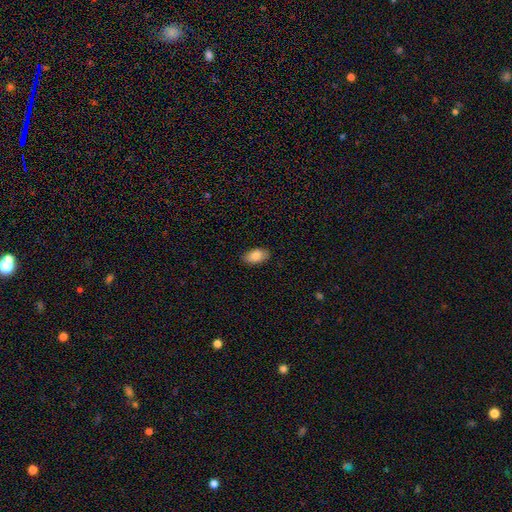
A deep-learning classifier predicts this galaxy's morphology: Overall: smooth (86%). How rounded: in between (93%). Merging: none (85%).